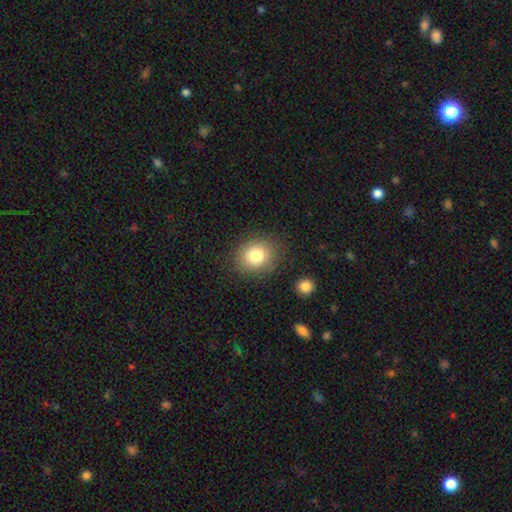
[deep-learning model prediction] Q: Smooth or featured?
A: smooth (81%); runner-up: star or artifact (10%)
Q: How rounded?
A: round (65%); runner-up: in between (34%)
Q: Merging?
A: none (84%); runner-up: minor disturbance (10%)